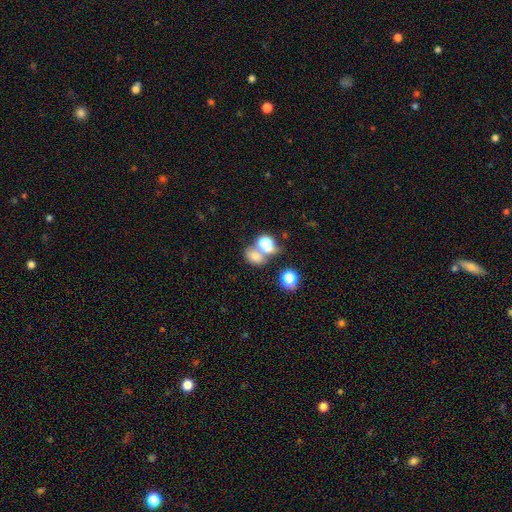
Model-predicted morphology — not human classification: type=smooth (69%); roundness=in between (57%); merging=none (42%, tied with merger).